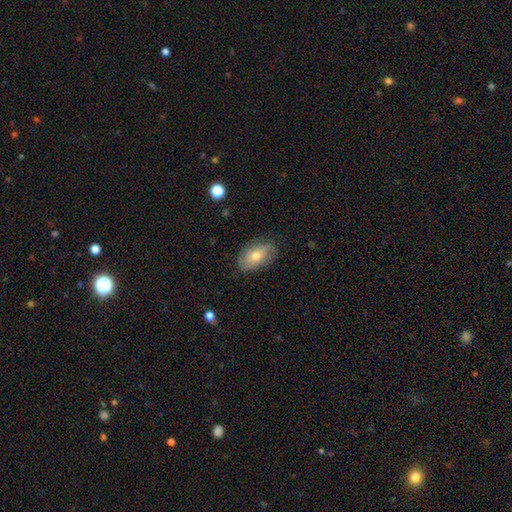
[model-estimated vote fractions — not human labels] smooth-or-featured: smooth: 61% | featured or disk: 31% | star or artifact: 8%
  how-rounded: in between: 90% | round: 8% | cigar-shaped: 2%
  merging: none: 78% | minor disturbance: 17% | major disturbance: 4% | merger: 1%